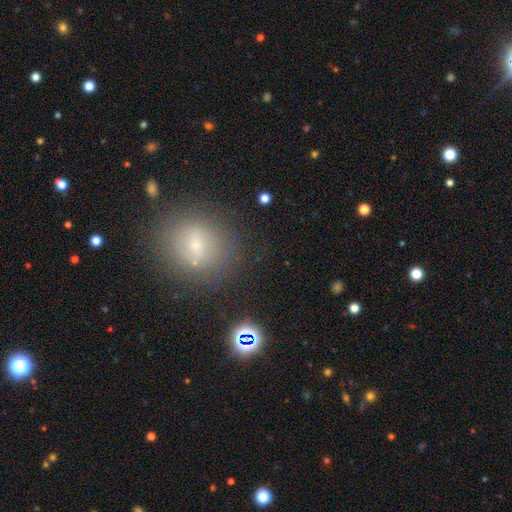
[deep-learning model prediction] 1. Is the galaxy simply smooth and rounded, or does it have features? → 55% smooth, 27% star or artifact, 18% featured or disk.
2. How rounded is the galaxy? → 62% round, 34% in between, 3% cigar-shaped.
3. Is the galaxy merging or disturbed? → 85% none, 9% minor disturbance, 4% major disturbance, 2% merger.